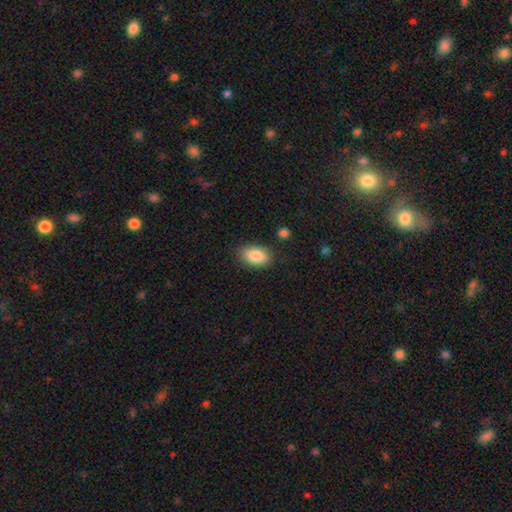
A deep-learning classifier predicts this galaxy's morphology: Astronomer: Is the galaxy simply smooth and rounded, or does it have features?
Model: smooth — 87%.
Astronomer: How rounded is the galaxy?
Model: in between — 92%.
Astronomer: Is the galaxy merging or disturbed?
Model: none — 82%.